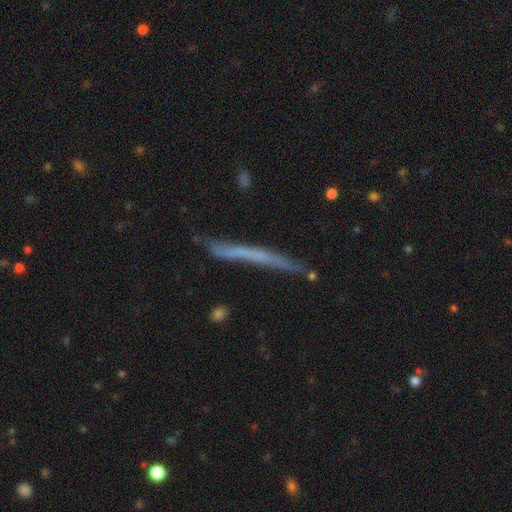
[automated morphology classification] This appears to be a featured or disk galaxy (49%). Merging: none (77%).